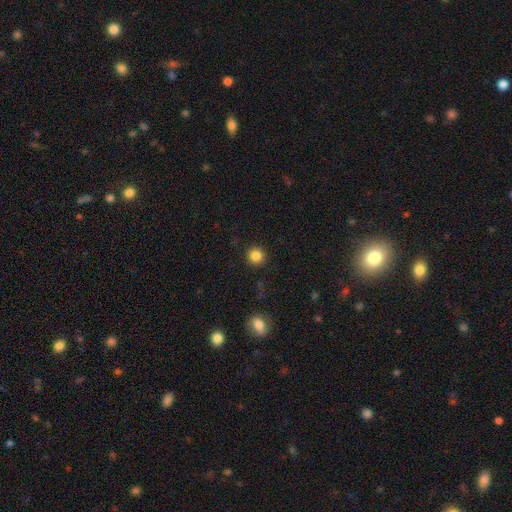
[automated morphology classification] This appears to be a smooth galaxy with no disk features (84%) that is round (94%). Merging: none (91%).